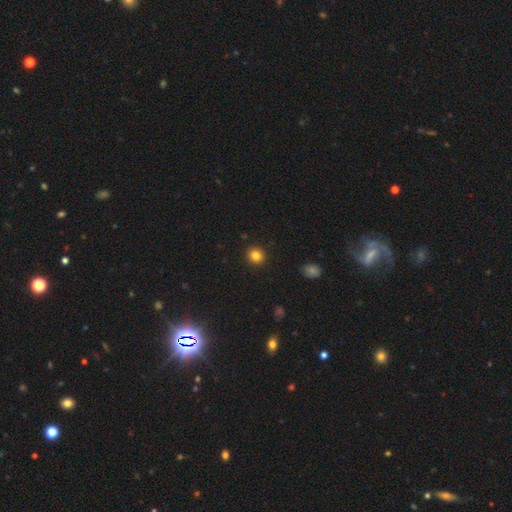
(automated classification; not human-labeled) Smooth or featured? smooth (83%)
How rounded? round (88%)
Merging? none (92%)